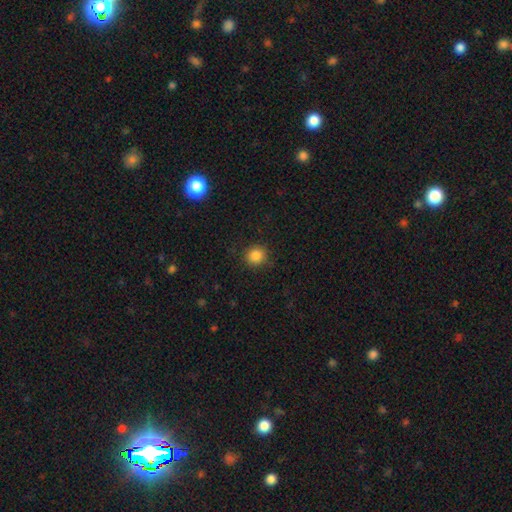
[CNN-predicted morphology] smooth 85%, star or artifact 10%, featured or disk 4%. Down the decision tree: how rounded — round (91%); merging — none (89%).